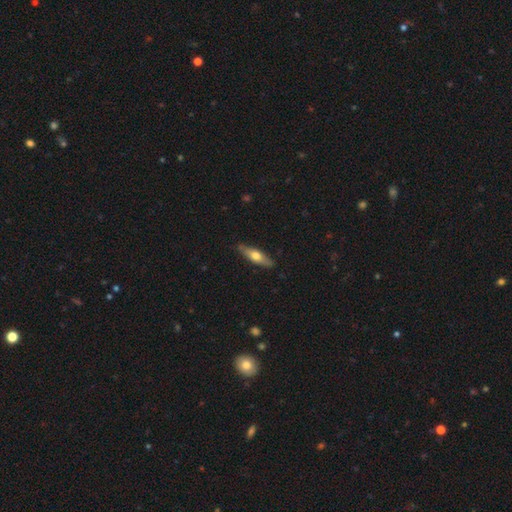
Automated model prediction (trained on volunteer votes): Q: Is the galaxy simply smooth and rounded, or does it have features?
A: smooth — 52%.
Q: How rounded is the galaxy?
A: cigar-shaped — 64%.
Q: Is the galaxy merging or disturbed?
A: none — 85%.